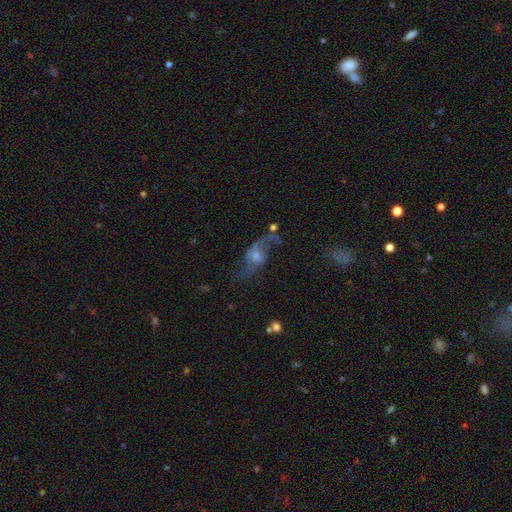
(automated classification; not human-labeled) A featured or disk galaxy (73%) with no bar (49%), 2 (84%) loose (75%) spiral arms (87%) and a moderate central bulge (45%). Merging: none (57%).